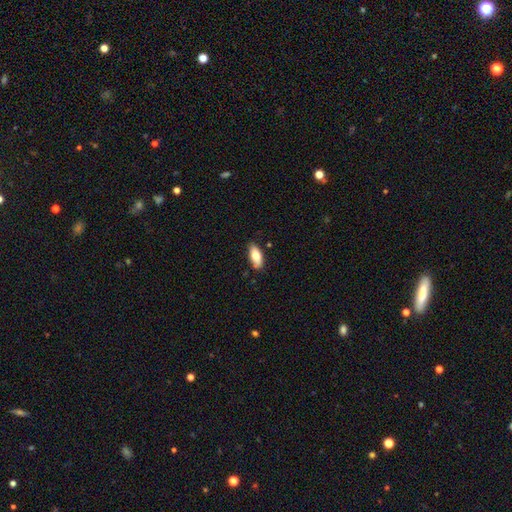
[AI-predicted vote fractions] Smooth or featured? smooth (74%)
How rounded? in between (82%)
Merging? none (81%)